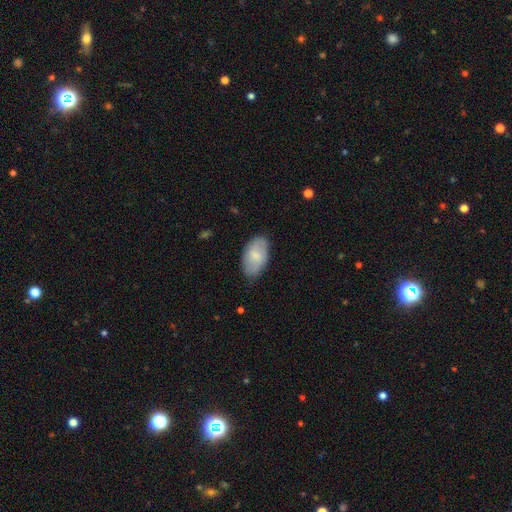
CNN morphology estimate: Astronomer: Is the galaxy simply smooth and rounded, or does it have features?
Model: smooth — 70%.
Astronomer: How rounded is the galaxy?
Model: in between — 94%.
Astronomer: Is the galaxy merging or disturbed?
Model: none — 78%.